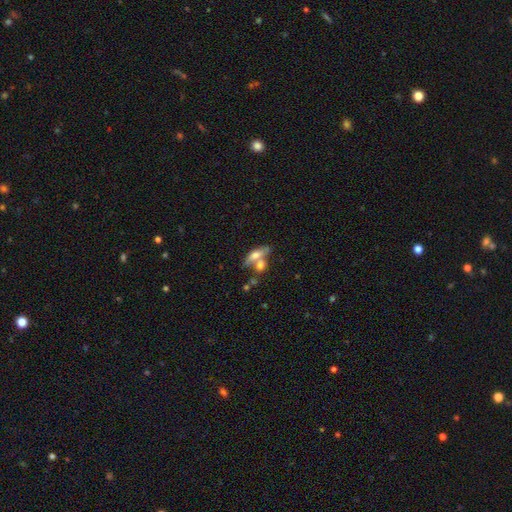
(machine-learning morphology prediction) Smooth or featured? Predicted: smooth (p=0.56). How rounded? Predicted: in between (p=0.64). Merging? Predicted: merger (p=0.47).